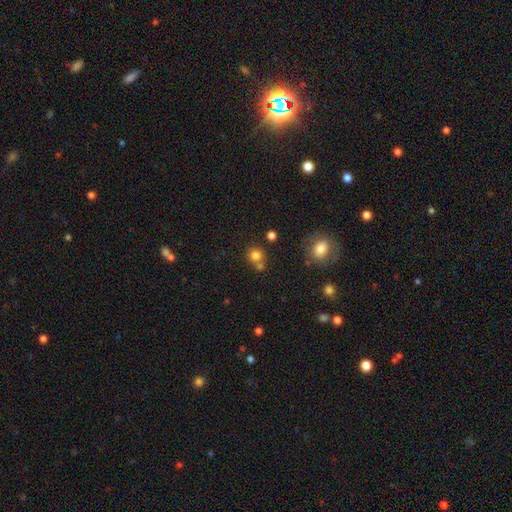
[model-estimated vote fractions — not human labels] smooth-or-featured: smooth: 79% | star or artifact: 14% | featured or disk: 7%
  how-rounded: round: 89% | in between: 10% | cigar-shaped: 1%
  merging: none: 62% | merger: 27% | minor disturbance: 8% | major disturbance: 3%